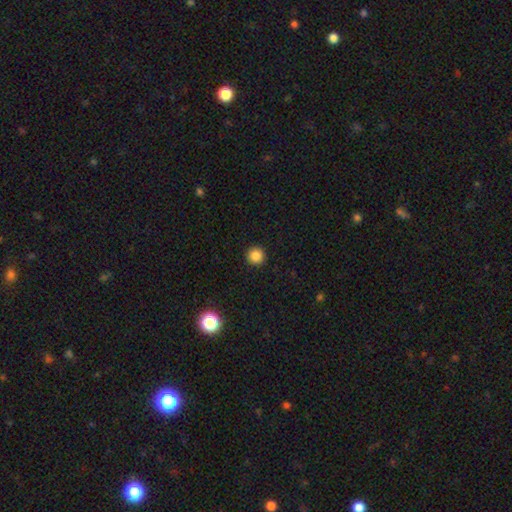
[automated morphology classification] This appears to be a smooth galaxy with no disk features (85%) that is round (96%). Merging: none (93%).